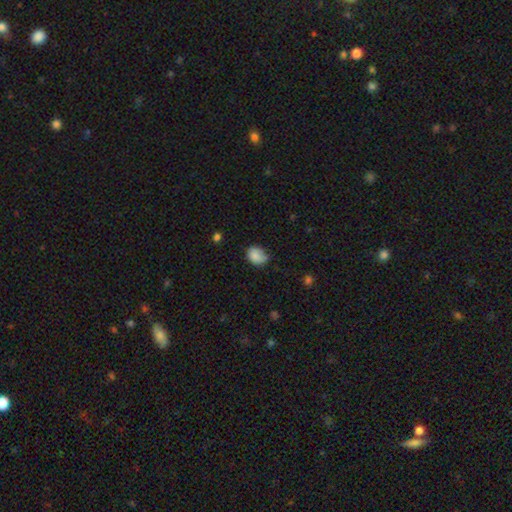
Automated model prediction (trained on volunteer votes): Overall: smooth (83%). How rounded: in between (57%; round 42%). Merging: none (50%; minor disturbance 39%).